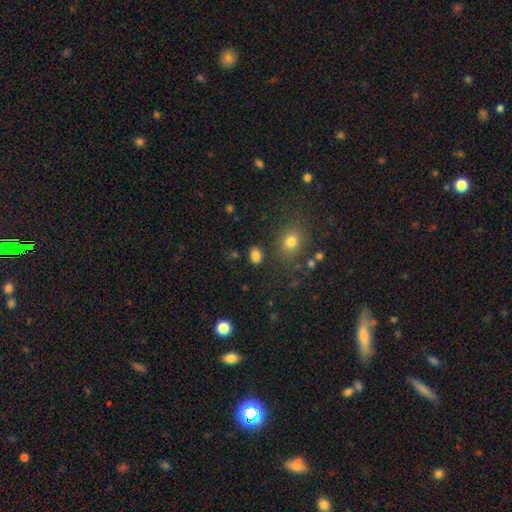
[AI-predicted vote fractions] Smooth or featured? smooth (82%)
How rounded? in between (69%)
Merging? none (82%)